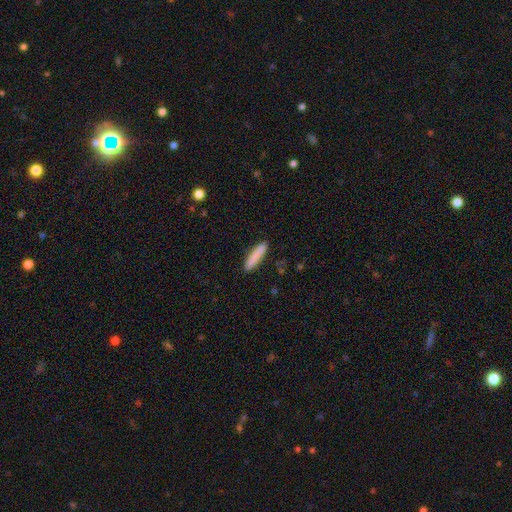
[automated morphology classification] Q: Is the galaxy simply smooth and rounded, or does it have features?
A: smooth — 86%.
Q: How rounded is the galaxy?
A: cigar-shaped — 88%.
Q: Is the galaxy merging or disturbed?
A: none — 90%.